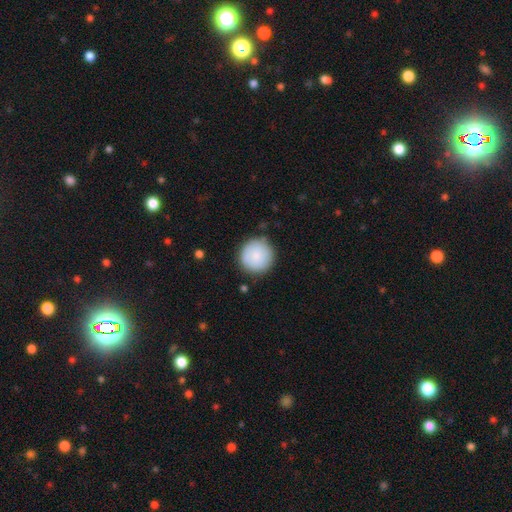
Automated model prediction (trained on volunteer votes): Overall: smooth (83%). How rounded: round (96%). Merging: none (84%).